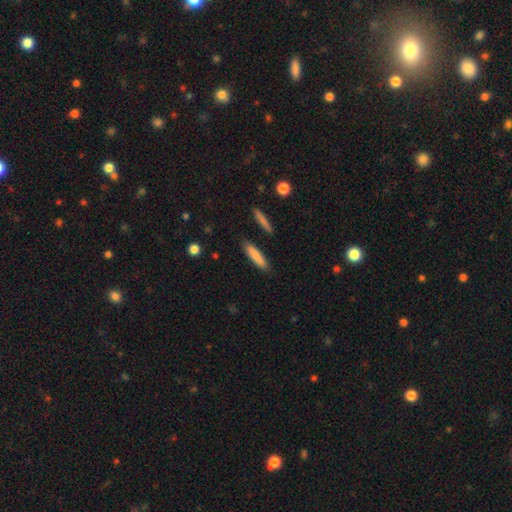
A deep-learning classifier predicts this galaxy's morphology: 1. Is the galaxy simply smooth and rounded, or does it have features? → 83% smooth, 11% featured or disk, 6% star or artifact.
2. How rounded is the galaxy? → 82% cigar-shaped, 17% in between, 2% round.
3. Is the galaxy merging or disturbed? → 88% none, 8% minor disturbance, 2% merger, 2% major disturbance.